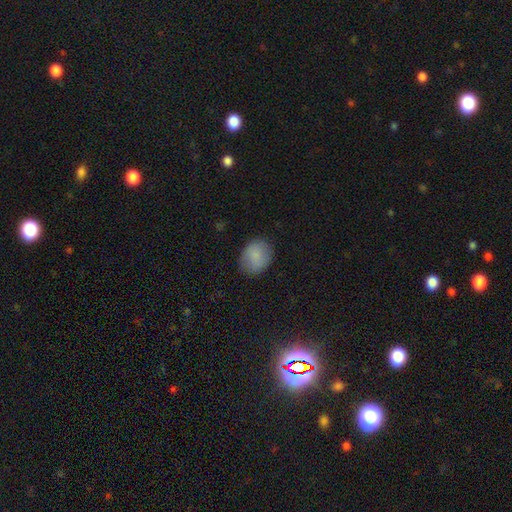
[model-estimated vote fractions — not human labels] smooth_or_featured: smooth (p=0.85) [alt: star or artifact p=0.08]
how_rounded: in between (p=0.51) [alt: round p=0.48]
merging: none (p=0.80) [alt: minor disturbance p=0.15]